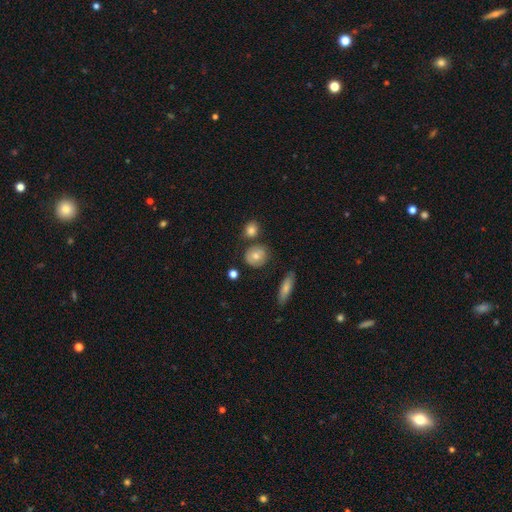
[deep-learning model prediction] Smooth or featured? smooth (66%)
How rounded? round (78%)
Merging? none (75%)